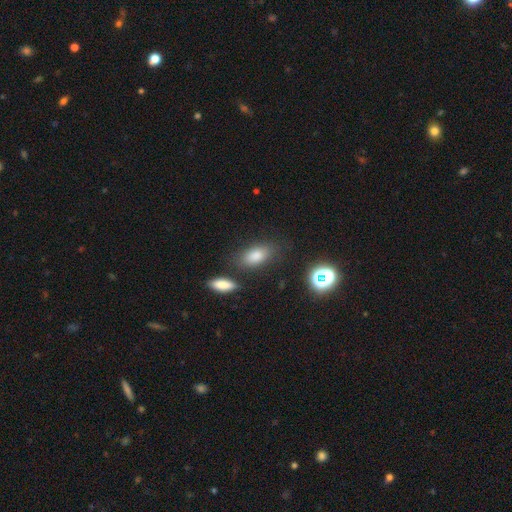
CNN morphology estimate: Q: Smooth or featured?
A: smooth (80%); runner-up: star or artifact (12%)
Q: How rounded?
A: in between (84%); runner-up: round (9%)
Q: Merging?
A: none (78%); runner-up: minor disturbance (12%)